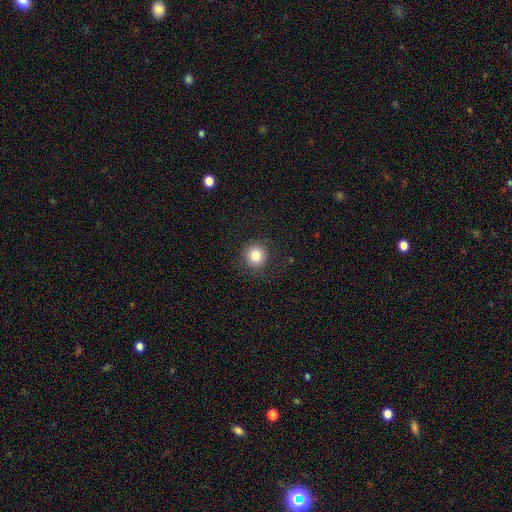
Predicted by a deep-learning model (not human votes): A smooth galaxy with no disk features (83%) that is round (92%).

Vote fractions:
- Smooth or featured? smooth: 83% / star or artifact: 11% / featured or disk: 6%
- How rounded? round: 92% / in between: 7% / cigar-shaped: 1%
- Merging? none: 87% / minor disturbance: 8% / major disturbance: 3% / merger: 1%